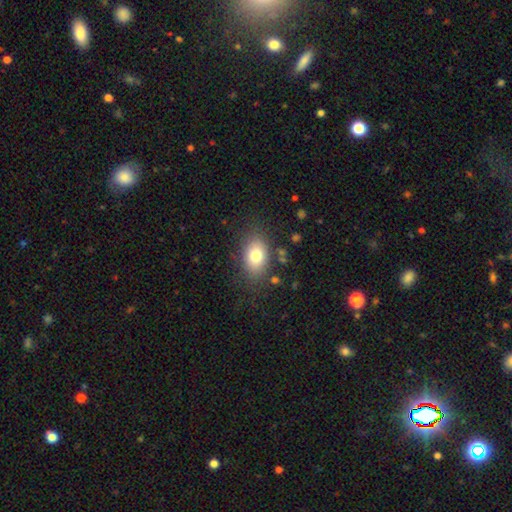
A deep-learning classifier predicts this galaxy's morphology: Overall: smooth (76%). How rounded: in between (83%). Merging: none (80%).